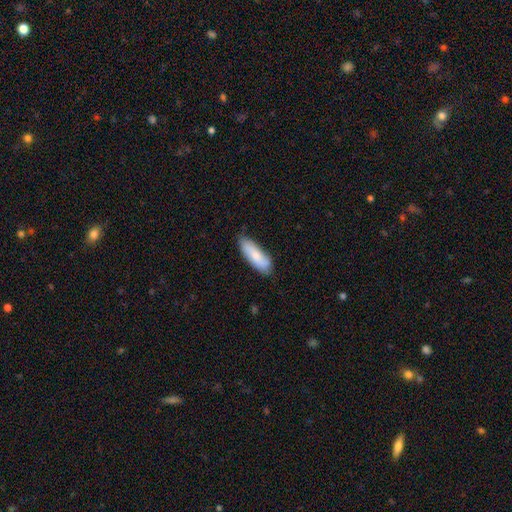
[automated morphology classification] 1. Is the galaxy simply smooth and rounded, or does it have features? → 78% smooth, 16% featured or disk, 6% star or artifact.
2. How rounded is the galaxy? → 57% in between, 41% cigar-shaped, 2% round.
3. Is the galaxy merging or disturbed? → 76% none, 19% minor disturbance, 3% major disturbance, 1% merger.